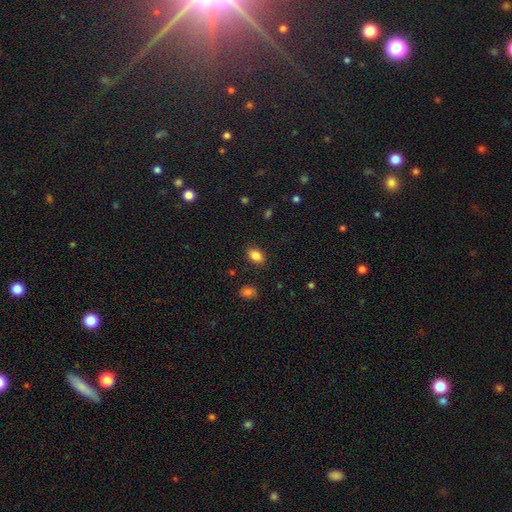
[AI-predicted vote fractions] Morphology: type=smooth (86%); roundness=in between (87%); merging=none (86%).